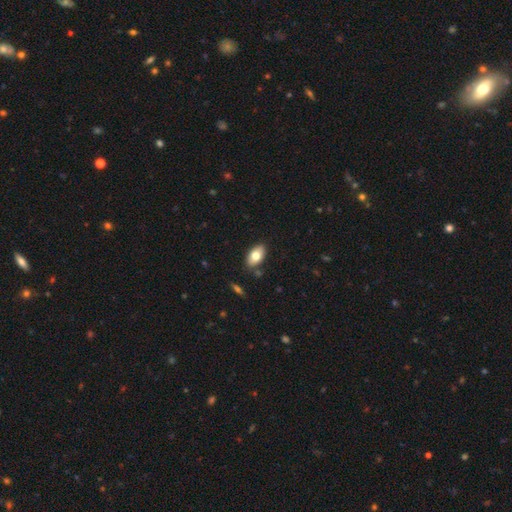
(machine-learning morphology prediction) This is likely a smooth galaxy (76%). How rounded: clearly in between (92%). Merging: clearly none (84%).